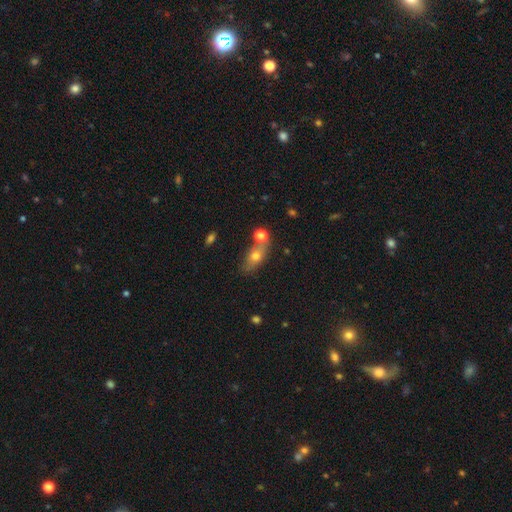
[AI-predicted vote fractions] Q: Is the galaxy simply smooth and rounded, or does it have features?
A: smooth — 66%.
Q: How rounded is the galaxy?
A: in between — 68%.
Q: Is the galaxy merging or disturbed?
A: none — 59%.